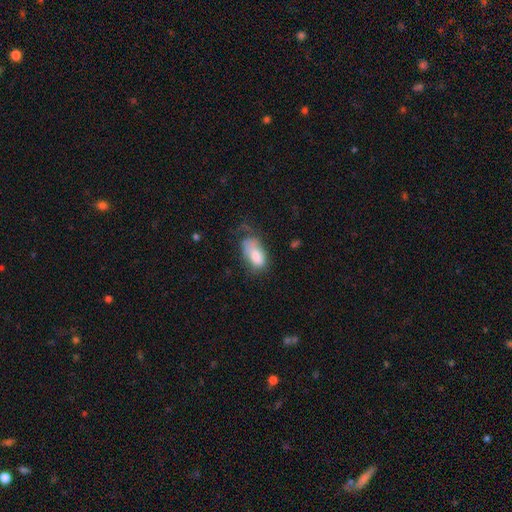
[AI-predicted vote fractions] smooth 76%, featured or disk 16%, star or artifact 7%. Down the decision tree: how rounded — in between (93%); merging — none (33%).